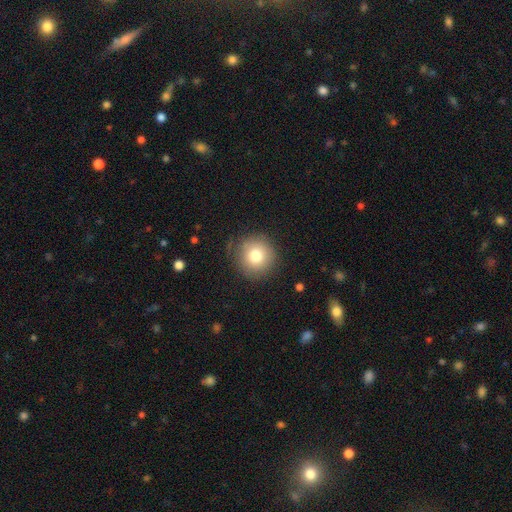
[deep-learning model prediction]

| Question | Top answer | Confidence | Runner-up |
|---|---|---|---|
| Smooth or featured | smooth | 78% | featured or disk (11%) |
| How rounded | round | 95% | in between (4%) |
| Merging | none | 85% | minor disturbance (10%) |